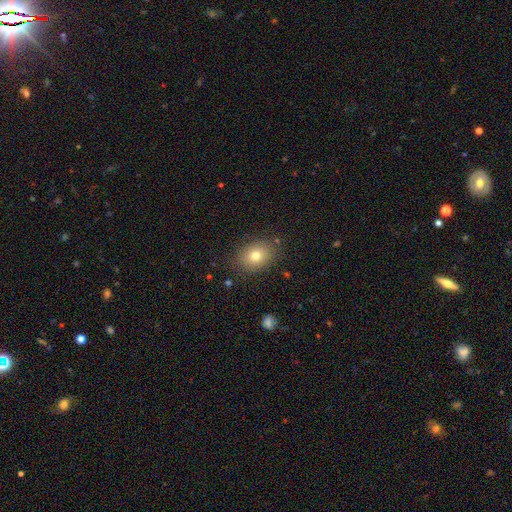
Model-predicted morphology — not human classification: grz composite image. It shows a smooth galaxy with no disk features (77%) that is in between round and cigar-shaped (60%). Merging: none (84%).